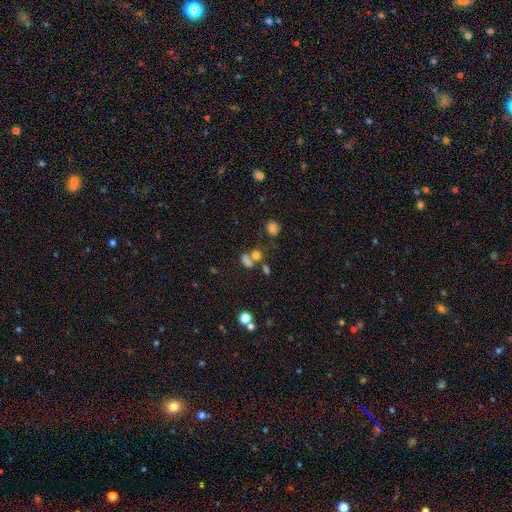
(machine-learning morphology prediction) Smooth or featured? smooth (66%)
How rounded? in between (50%)
Merging? merger (44%)